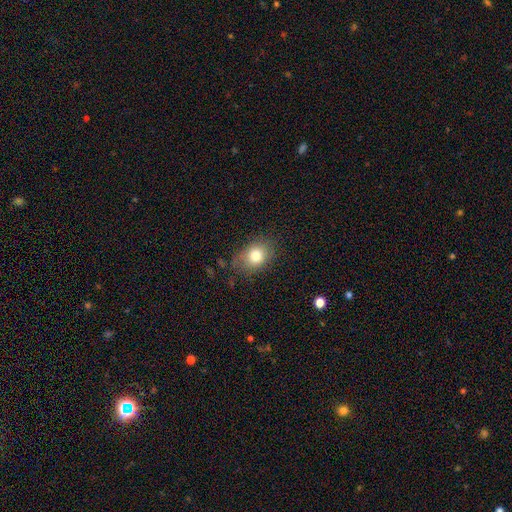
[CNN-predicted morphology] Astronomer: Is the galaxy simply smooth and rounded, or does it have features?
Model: smooth — 79%.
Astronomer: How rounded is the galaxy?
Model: in between — 58% (runner-up: round, 41%).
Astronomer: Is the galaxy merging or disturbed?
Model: none — 73%.